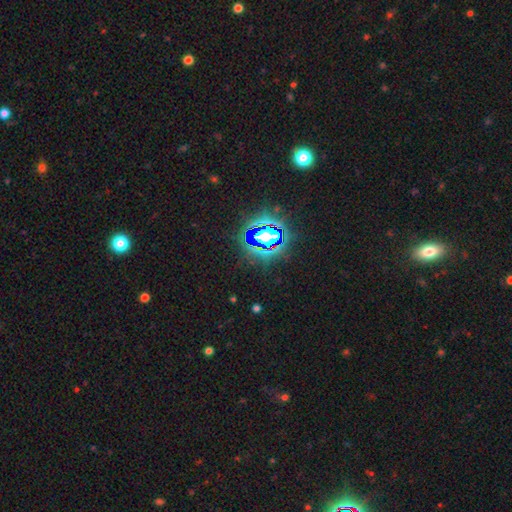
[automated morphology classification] Overall: star or artifact (83%).